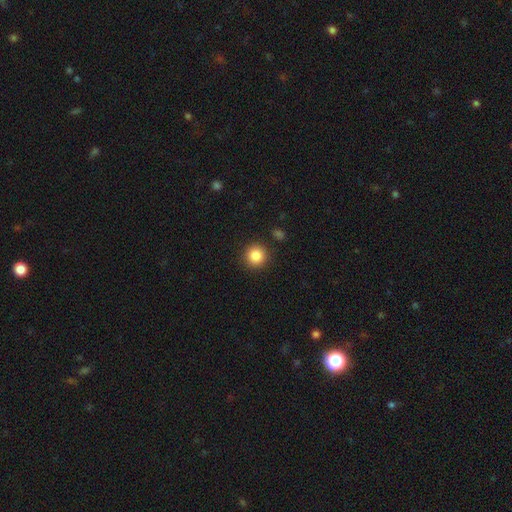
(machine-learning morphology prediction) A smooth galaxy with no disk features (86%) that is round (93%).

Vote fractions:
- Smooth or featured? smooth: 86% / star or artifact: 10% / featured or disk: 4%
- How rounded? round: 93% / in between: 6% / cigar-shaped: 1%
- Merging? none: 89% / minor disturbance: 7% / major disturbance: 2% / merger: 2%